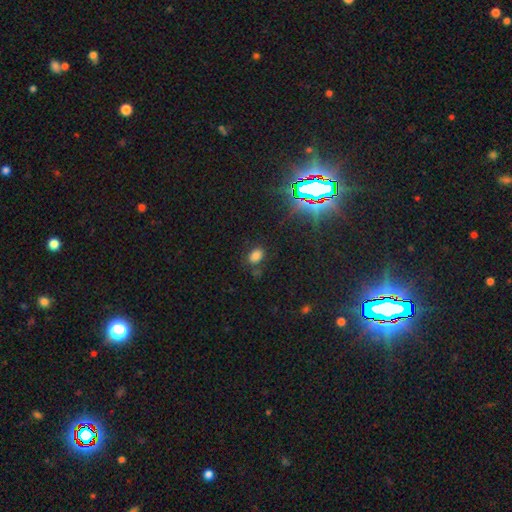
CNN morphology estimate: smooth_or_featured: smooth (p=0.74) [alt: star or artifact p=0.20]
how_rounded: in between (p=0.79) [alt: round p=0.20]
merging: none (p=0.73) [alt: minor disturbance p=0.16]